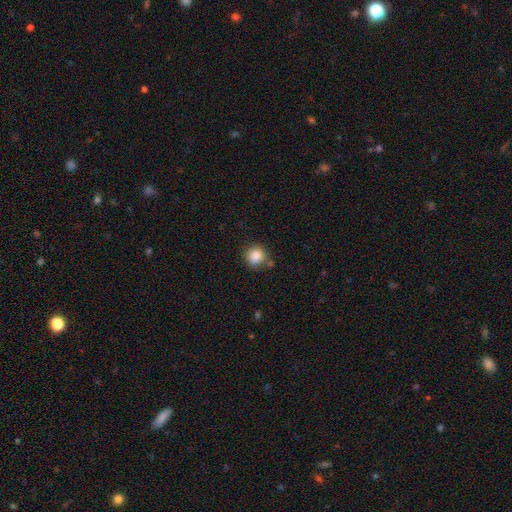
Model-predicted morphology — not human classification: A smooth galaxy with no disk features (85%) that is round (91%). Merging: none (75%).